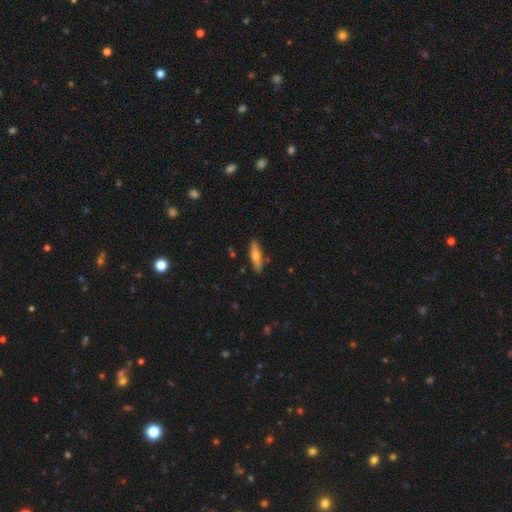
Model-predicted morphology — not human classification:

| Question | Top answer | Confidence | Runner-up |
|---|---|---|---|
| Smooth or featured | smooth | 63% | featured or disk (31%) |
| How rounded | cigar-shaped | 60% | in between (38%) |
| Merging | none | 86% | minor disturbance (10%) |